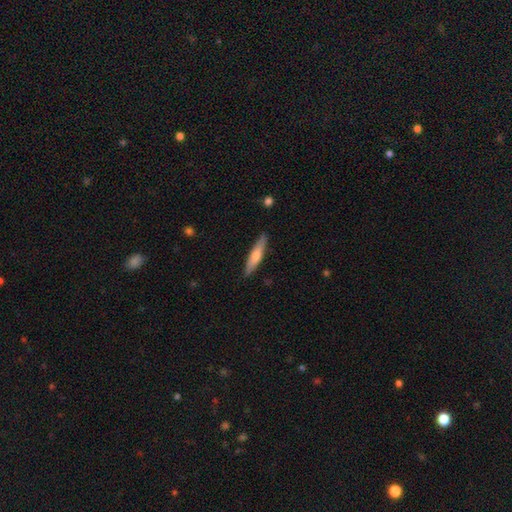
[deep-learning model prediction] smooth-or-featured: smooth: 53% | featured or disk: 41% | star or artifact: 6%
  how-rounded: cigar-shaped: 86% | in between: 13% | round: 2%
  merging: none: 89% | minor disturbance: 8% | major disturbance: 2% | merger: 1%